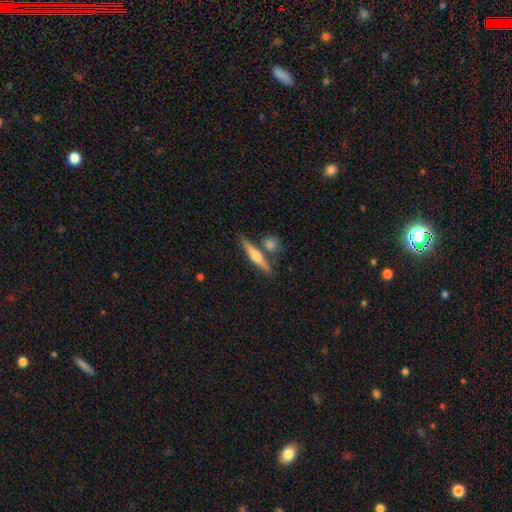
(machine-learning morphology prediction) Smooth or featured?
  - featured or disk: 51% *
  - smooth: 43%
  - star or artifact: 6%
Edge-on disk?
  - yes: 95% *
  - no: 5%
Merging?
  - none: 72% *
  - merger: 15%
  - minor disturbance: 10%
  - major disturbance: 3%